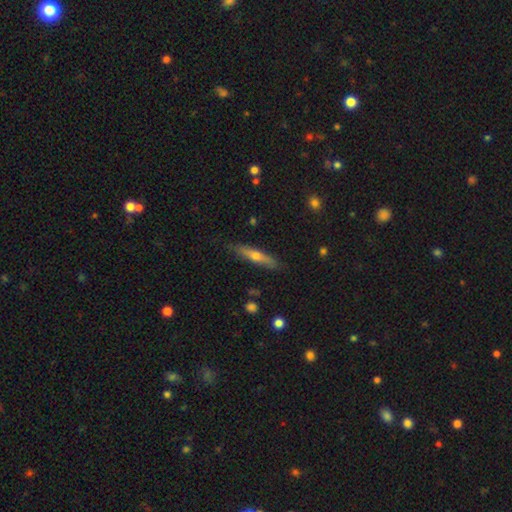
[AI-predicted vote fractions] The model was most divided on "smooth or featured": featured or disk: 51%, smooth: 43%, star or artifact: 6%. More confident: edge-on disk — yes (90%); merging — none (85%).